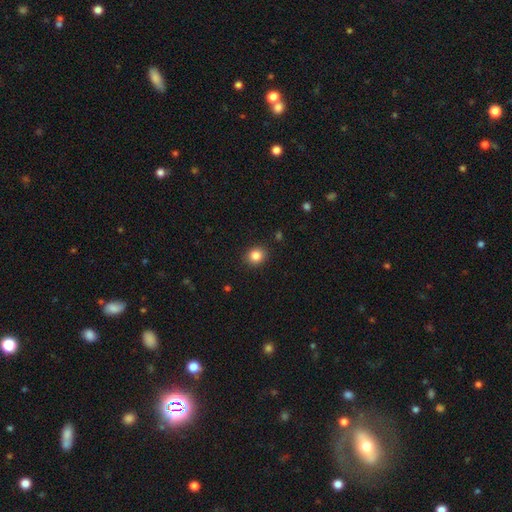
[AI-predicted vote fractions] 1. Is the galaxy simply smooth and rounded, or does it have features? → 85% smooth, 10% star or artifact, 5% featured or disk.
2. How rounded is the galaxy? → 78% round, 21% in between, 1% cigar-shaped.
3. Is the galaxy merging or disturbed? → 90% none, 7% minor disturbance, 2% major disturbance, 1% merger.